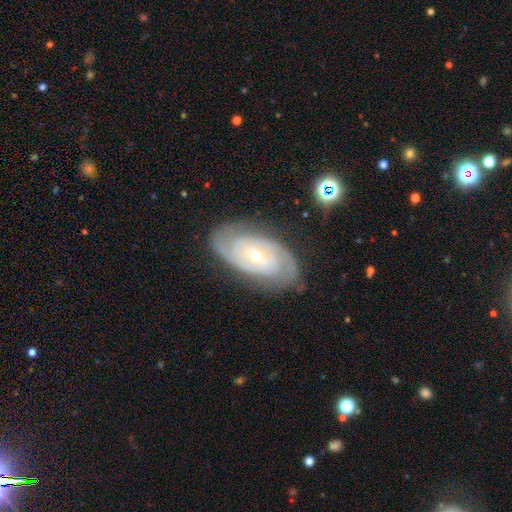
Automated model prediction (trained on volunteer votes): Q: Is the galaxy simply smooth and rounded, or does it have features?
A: featured or disk — 87%.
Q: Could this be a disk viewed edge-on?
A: no — 95%.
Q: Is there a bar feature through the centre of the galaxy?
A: no — 45%.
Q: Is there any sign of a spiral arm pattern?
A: yes — 96%.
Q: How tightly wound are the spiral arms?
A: tight — 66%.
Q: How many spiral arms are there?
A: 2 — 66%.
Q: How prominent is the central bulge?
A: small — 57%.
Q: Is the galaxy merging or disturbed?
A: none — 81%.